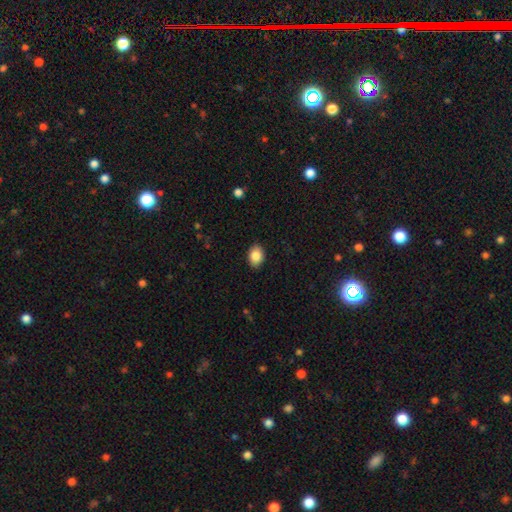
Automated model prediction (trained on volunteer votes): A smooth galaxy with no disk features (87%) that is in between round and cigar-shaped (77%). Merging: none (88%).